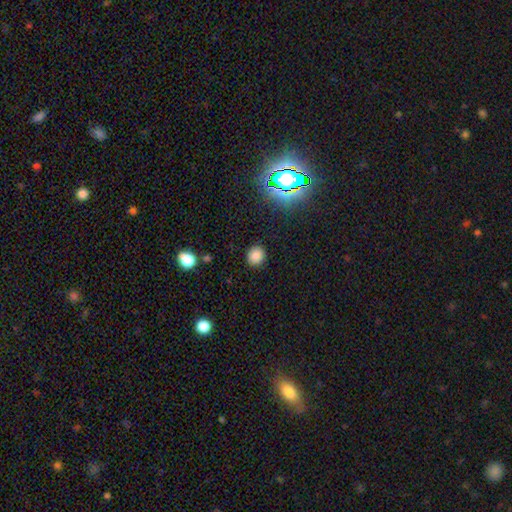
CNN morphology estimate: Smooth or featured?
  - smooth: 82% *
  - star or artifact: 14%
  - featured or disk: 4%
How rounded?
  - round: 86% *
  - in between: 13%
  - cigar-shaped: 1%
Merging?
  - none: 90% *
  - minor disturbance: 6%
  - major disturbance: 2%
  - merger: 1%